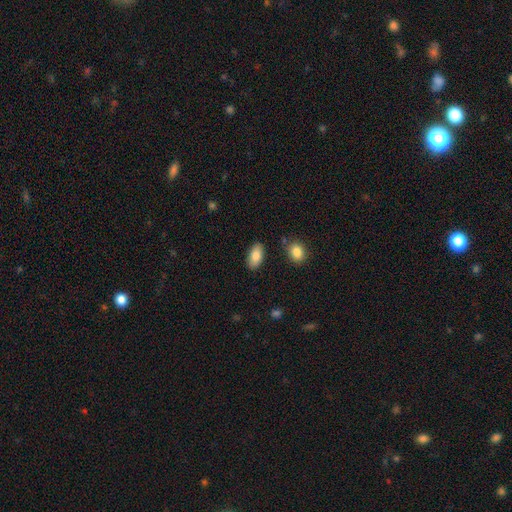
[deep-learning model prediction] smooth 85%, featured or disk 8%, star or artifact 7%. Down the decision tree: how rounded — in between (93%); merging — none (85%).